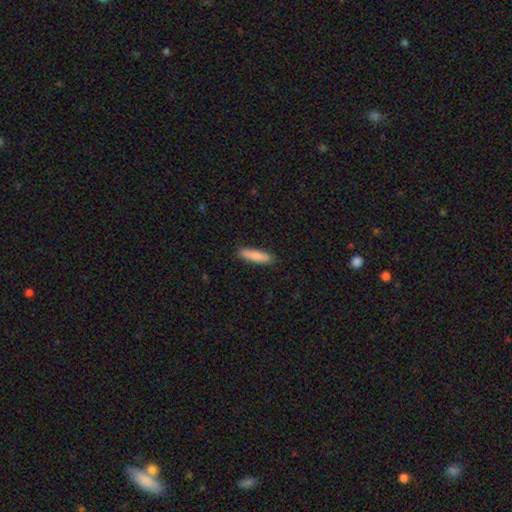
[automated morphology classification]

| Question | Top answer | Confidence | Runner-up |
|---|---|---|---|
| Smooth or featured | smooth | 85% | featured or disk (9%) |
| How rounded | cigar-shaped | 79% | in between (19%) |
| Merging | none | 89% | minor disturbance (8%) |